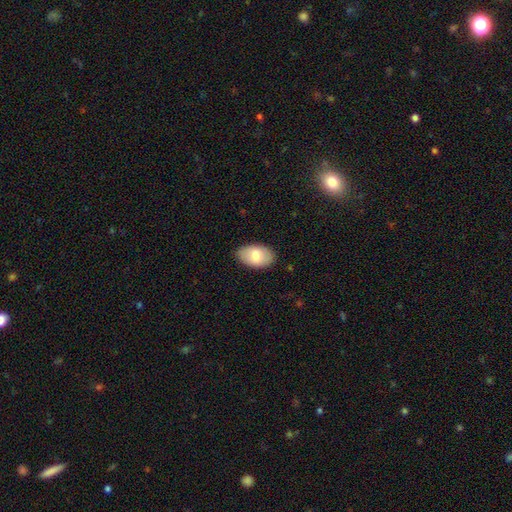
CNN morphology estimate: Smooth or featured? Predicted: smooth (p=0.75). How rounded? Predicted: in between (p=0.94). Merging? Predicted: none (p=0.85).